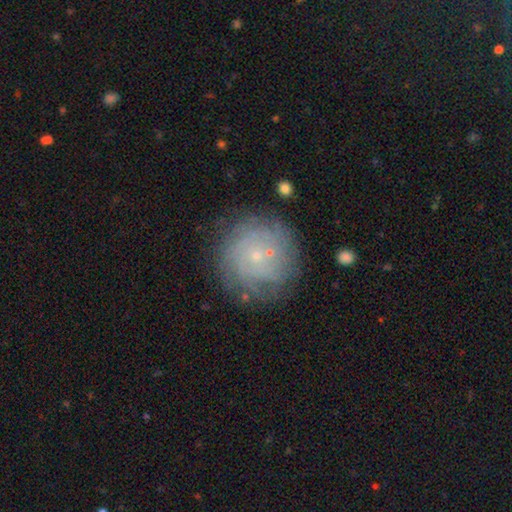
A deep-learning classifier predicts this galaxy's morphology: A featured or disk galaxy (58%) with no bar (85%), spiral arms (78%) and a small central bulge (86%). Merging: none (77%).